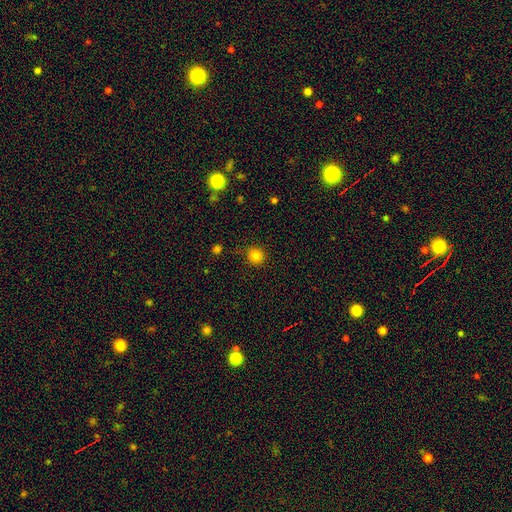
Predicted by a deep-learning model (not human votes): The model was most divided on "smooth or featured": smooth: 82%, star or artifact: 13%, featured or disk: 5%. More confident: how rounded — round (92%); merging — none (86%).